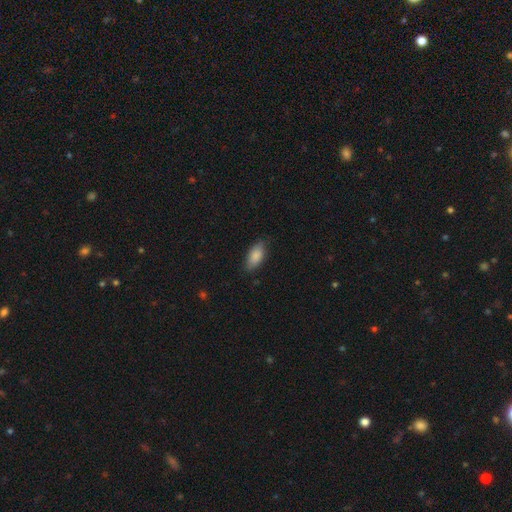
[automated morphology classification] Smooth or featured? smooth (86%)
How rounded? in between (90%)
Merging? none (79%)